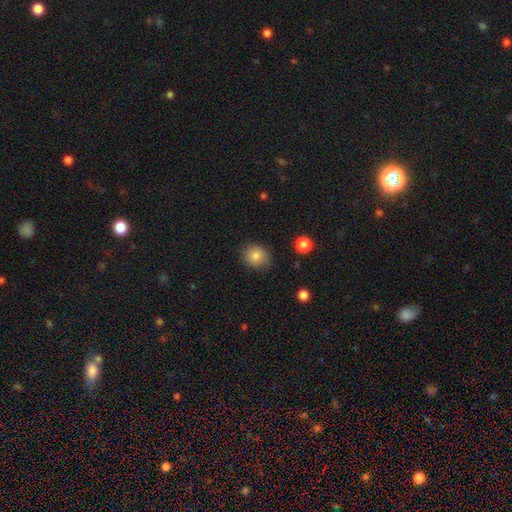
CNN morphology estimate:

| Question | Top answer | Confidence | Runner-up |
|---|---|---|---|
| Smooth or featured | smooth | 84% | star or artifact (10%) |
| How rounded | round | 76% | in between (23%) |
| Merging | none | 82% | minor disturbance (13%) |